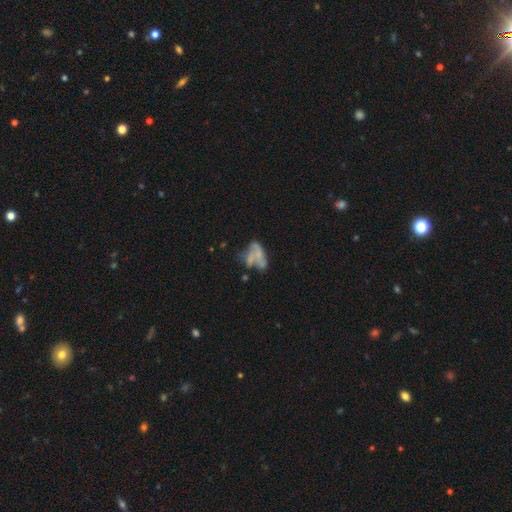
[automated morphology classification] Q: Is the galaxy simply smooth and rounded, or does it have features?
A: featured or disk — 49%.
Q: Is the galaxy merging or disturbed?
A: none — 29%.